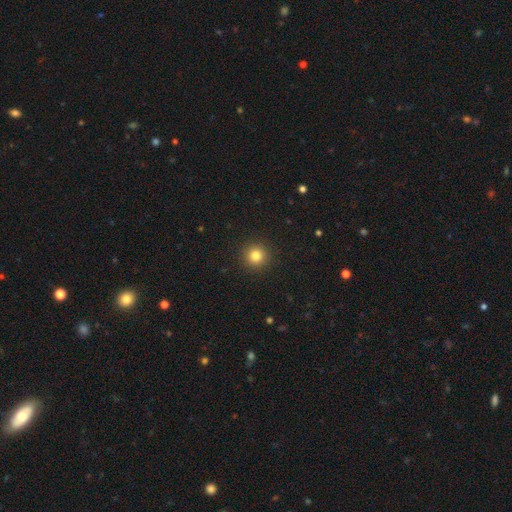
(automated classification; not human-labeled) The model was most divided on "smooth or featured": smooth: 83%, star or artifact: 12%, featured or disk: 5%. More confident: how rounded — round (95%); merging — none (92%).